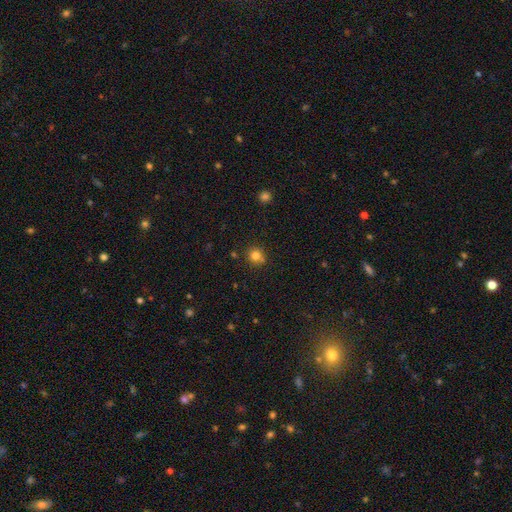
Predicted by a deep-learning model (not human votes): Smooth or featured?
  - smooth: 80% *
  - star or artifact: 13%
  - featured or disk: 6%
How rounded?
  - round: 91% *
  - in between: 9%
  - cigar-shaped: 1%
Merging?
  - none: 77% *
  - minor disturbance: 12%
  - merger: 8%
  - major disturbance: 3%